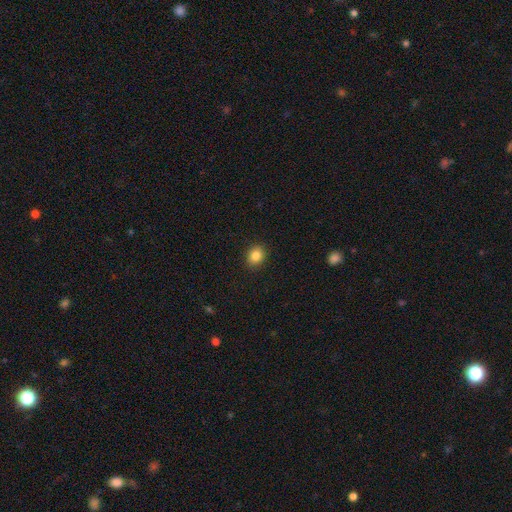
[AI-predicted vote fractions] Smooth or featured? Predicted: smooth (p=0.84). How rounded? Predicted: round (p=0.57). Merging? Predicted: none (p=0.90).